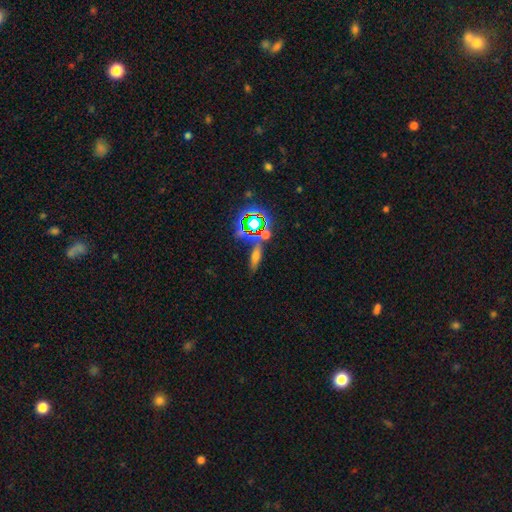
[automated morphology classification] A smooth galaxy with no disk features (51%) that is cigar-shaped (56%). Merging: none (70%).